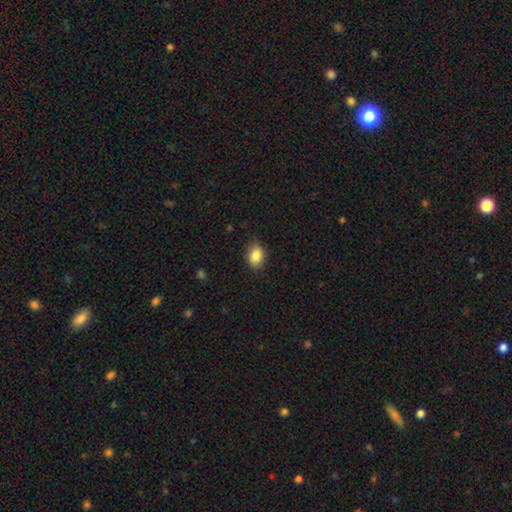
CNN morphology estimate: Q: Smooth or featured?
A: smooth (87%); runner-up: star or artifact (8%)
Q: How rounded?
A: in between (77%); runner-up: round (21%)
Q: Merging?
A: none (84%); runner-up: minor disturbance (13%)